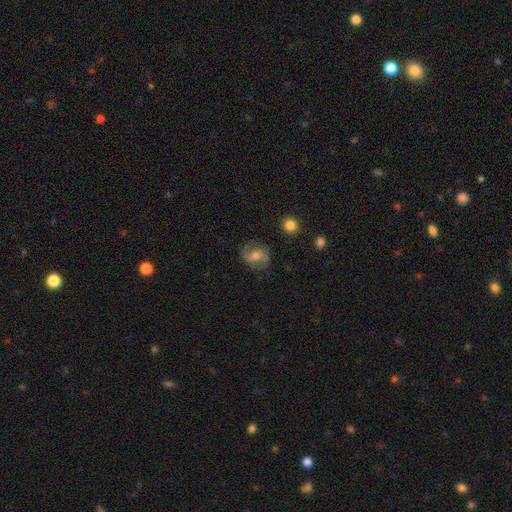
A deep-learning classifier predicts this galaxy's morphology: Overall: featured or disk (70%). Edge-on disk: no (97%). Bar: weak (45%; no 42%). Spiral arms: yes (92%). Spiral arm count: 2 (88%). Spiral winding: medium (48%; loose 31%). Bulge size: moderate (58%; small 33%). Merging: none (79%).